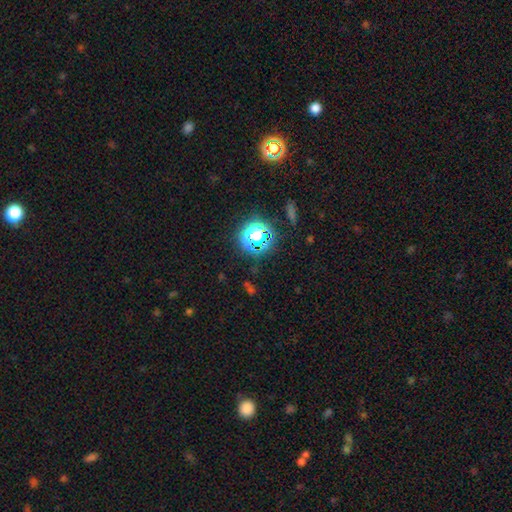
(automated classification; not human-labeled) Smooth or featured? star or artifact (74%)